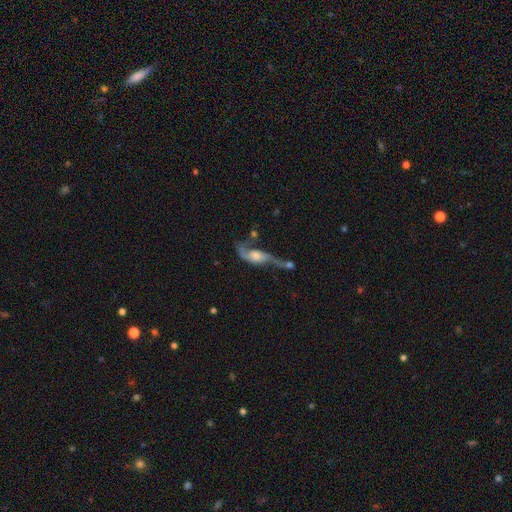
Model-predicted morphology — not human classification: Smooth or featured?
  - featured or disk: 77% *
  - smooth: 15%
  - star or artifact: 8%
Edge-on disk?
  - no: 82% *
  - yes: 18%
Bar?
  - no: 60% *
  - weak: 31%
  - strong: 9%
Spiral arms?
  - yes: 86% *
  - no: 14%
Spiral winding?
  - loose: 80% *
  - medium: 15%
  - tight: 5%
Spiral arm count?
  - 2: 84% *
  - 1: 8%
  - can't tell: 5%
  - 3: 1%
  - 4: 1%
  - more than 4: 1%
Bulge size?
  - moderate: 47% *
  - small: 25%
  - large: 17%
  - none: 9%
  - dominant: 3%
Merging?
  - merger: 34% *
  - none: 27%
  - major disturbance: 25%
  - minor disturbance: 15%